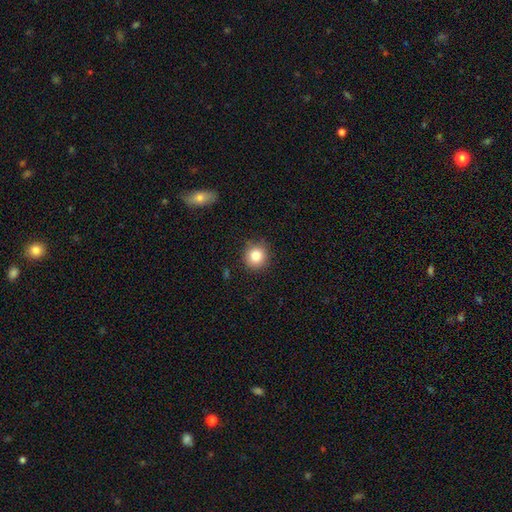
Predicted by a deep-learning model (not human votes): smooth-or-featured: smooth: 84% | star or artifact: 10% | featured or disk: 6%
  how-rounded: round: 90% | in between: 9% | cigar-shaped: 1%
  merging: none: 88% | minor disturbance: 9% | major disturbance: 2% | merger: 1%